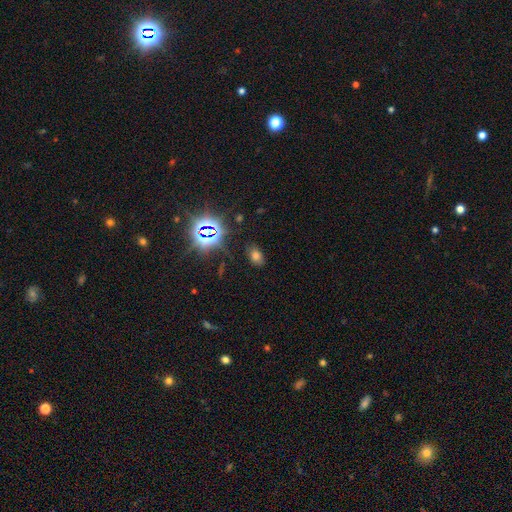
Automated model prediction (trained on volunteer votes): Smooth or featured? Predicted: smooth (p=0.59). How rounded? Predicted: in between (p=0.83). Merging? Predicted: none (p=0.81).